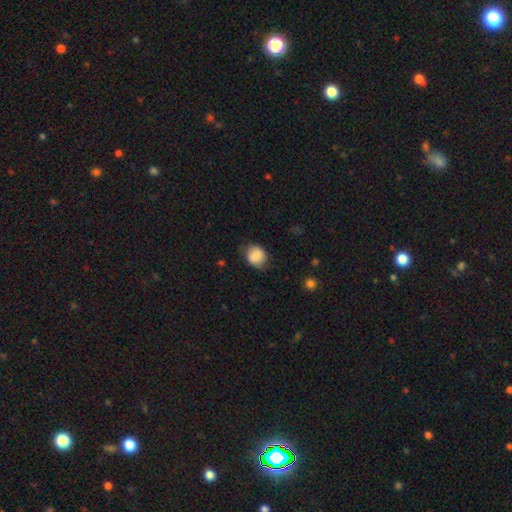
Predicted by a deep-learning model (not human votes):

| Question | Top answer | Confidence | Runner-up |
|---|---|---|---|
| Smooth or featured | smooth | 84% | featured or disk (9%) |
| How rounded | round | 63% | in between (36%) |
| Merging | none | 70% | minor disturbance (22%) |